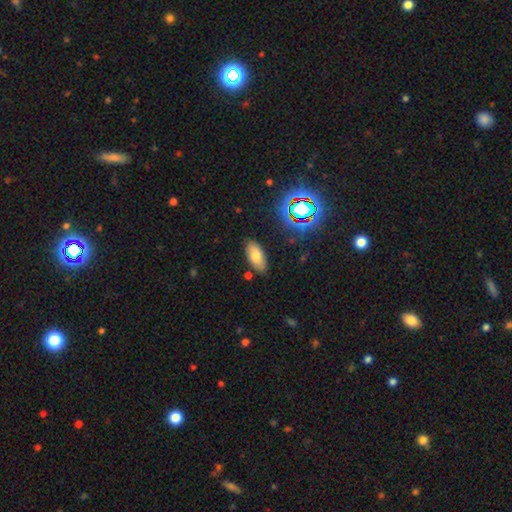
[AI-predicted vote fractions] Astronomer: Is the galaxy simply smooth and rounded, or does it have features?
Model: smooth — 73%.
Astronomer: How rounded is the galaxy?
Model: in between — 91%.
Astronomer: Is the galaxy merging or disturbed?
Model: none — 83%.